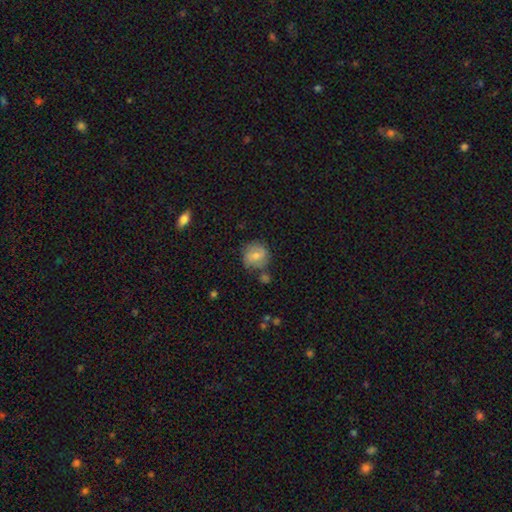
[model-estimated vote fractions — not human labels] A smooth galaxy with no disk features (66%) that is round (84%). Merging: none (69%).